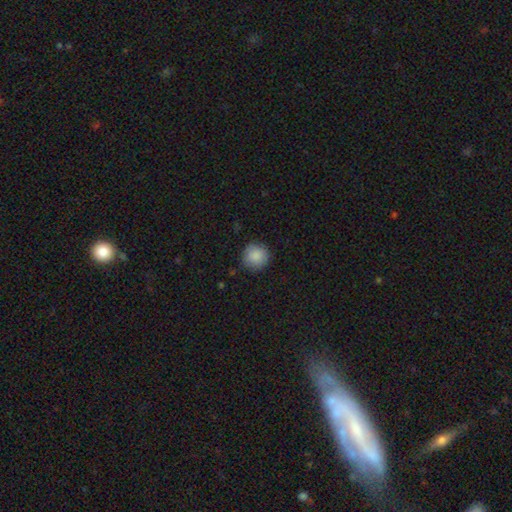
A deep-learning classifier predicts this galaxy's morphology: Smooth or featured: smooth — 88% (star or artifact — 8%)
How rounded: round — 94% (in between — 5%)
Merging: none — 86% (minor disturbance — 10%)